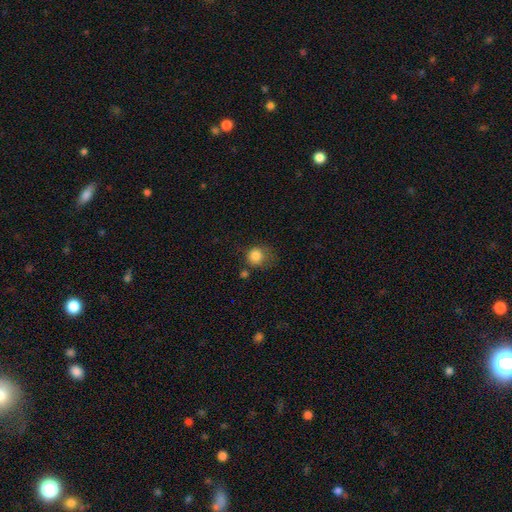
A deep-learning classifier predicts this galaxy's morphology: A smooth galaxy with no disk features (83%) that is round (81%). Merging: none (47%).